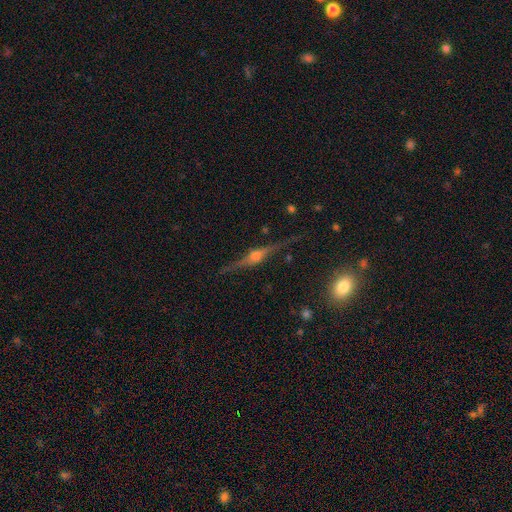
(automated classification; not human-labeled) A featured or disk galaxy (84%) viewed edge-on (97%) with a rounded central bulge (92%). Merging: none (86%).